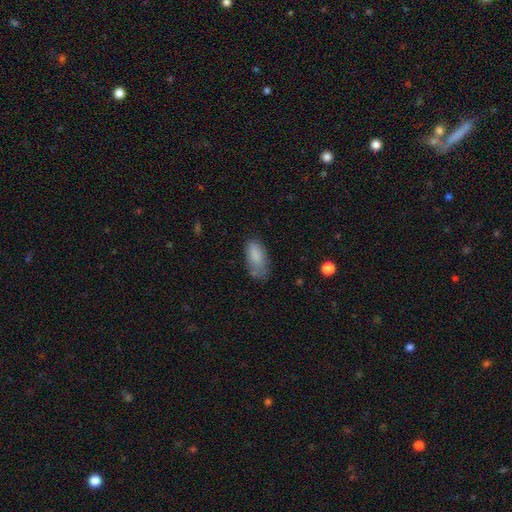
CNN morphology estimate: This is clearly a smooth galaxy (84%). How rounded: clearly in between (88%). Merging: possibly none (55%).